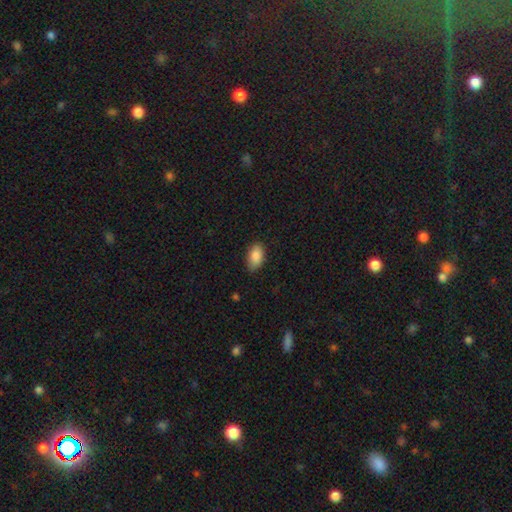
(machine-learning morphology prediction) smooth 88%, star or artifact 7%, featured or disk 5%. Down the decision tree: how rounded — in between (93%); merging — none (82%).